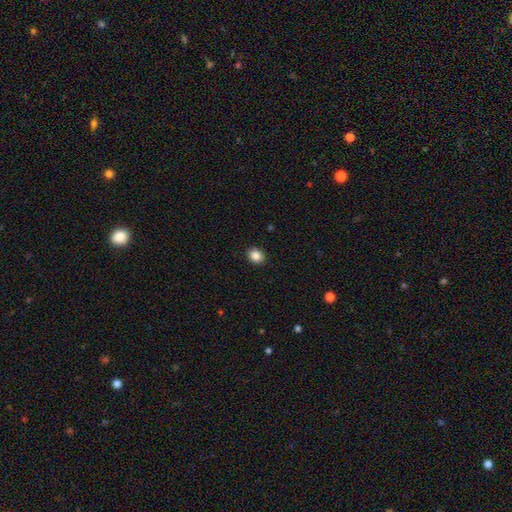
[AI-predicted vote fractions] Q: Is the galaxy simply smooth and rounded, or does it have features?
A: smooth — 87%.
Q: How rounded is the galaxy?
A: round — 60%.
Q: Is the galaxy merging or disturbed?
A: none — 91%.